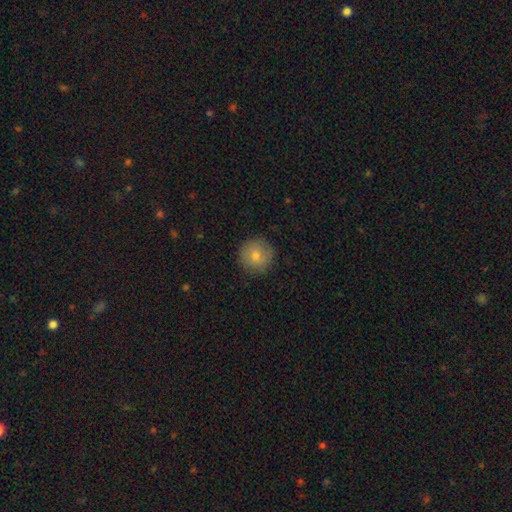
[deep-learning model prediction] Q: Smooth or featured?
A: smooth (75%); runner-up: featured or disk (15%)
Q: How rounded?
A: round (95%); runner-up: in between (4%)
Q: Merging?
A: none (88%); runner-up: minor disturbance (9%)